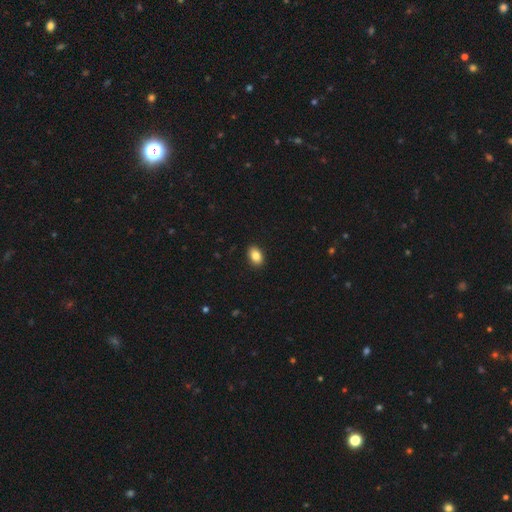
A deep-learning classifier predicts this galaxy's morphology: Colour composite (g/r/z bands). It shows a smooth galaxy with no disk features (85%) that is in between round and cigar-shaped (84%). Merging: none (90%).